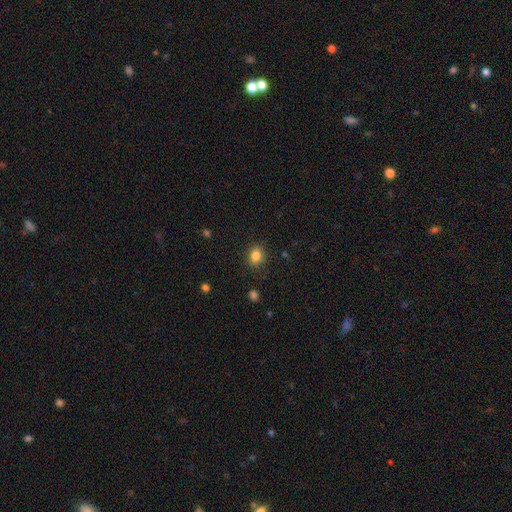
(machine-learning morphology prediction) Smooth or featured?
  - smooth: 84% *
  - star or artifact: 11%
  - featured or disk: 5%
How rounded?
  - in between: 50% *
  - round: 49%
  - cigar-shaped: 1%
Merging?
  - none: 86% *
  - minor disturbance: 10%
  - major disturbance: 3%
  - merger: 1%